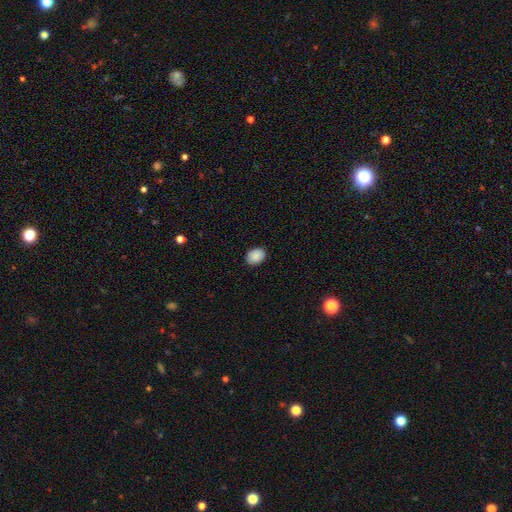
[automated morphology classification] A smooth galaxy with no disk features (90%) that is in between round and cigar-shaped (64%).

Vote fractions:
- Smooth or featured? smooth: 90% / star or artifact: 8% / featured or disk: 3%
- How rounded? in between: 64% / round: 35% / cigar-shaped: 1%
- Merging? none: 89% / minor disturbance: 8% / major disturbance: 2% / merger: 1%